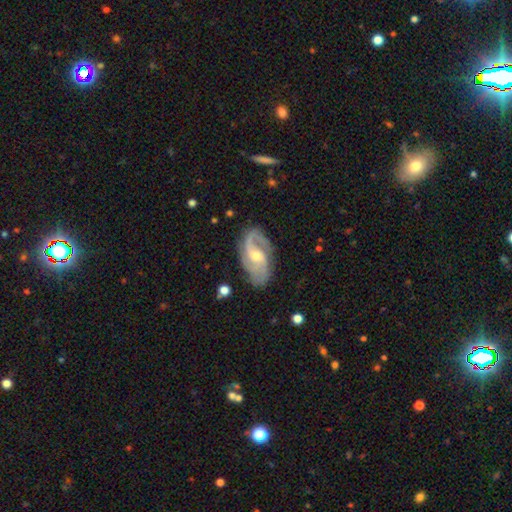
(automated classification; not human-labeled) featured or disk 88%, smooth 7%, star or artifact 5%. Down the decision tree: edge-on disk — no (96%); bar — weak (43%, tied with no); spiral arms — yes (97%); spiral arm count — 2 (58%); spiral winding — medium (48%); bulge size — moderate (53%); merging — none (76%).